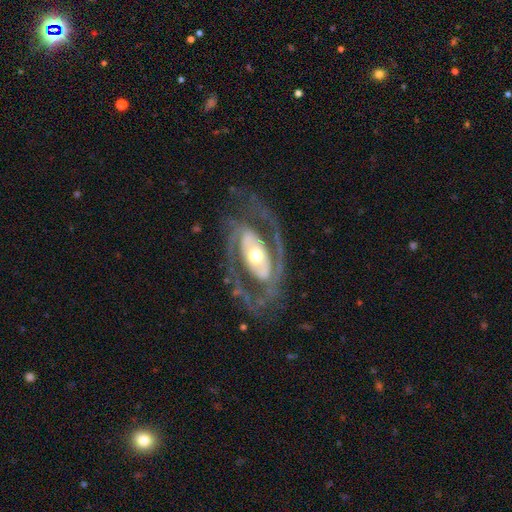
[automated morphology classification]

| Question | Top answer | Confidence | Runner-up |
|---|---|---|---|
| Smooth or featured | featured or disk | 89% | smooth (7%) |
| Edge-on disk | no | 95% | yes (5%) |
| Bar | no | 44% | strong (30%) |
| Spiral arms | yes | 91% | no (9%) |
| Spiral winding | medium | 50% | tight (31%) |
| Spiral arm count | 2 | 87% | can't tell (5%) |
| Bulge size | moderate | 64% | large (16%) |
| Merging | none | 71% | major disturbance (14%) |